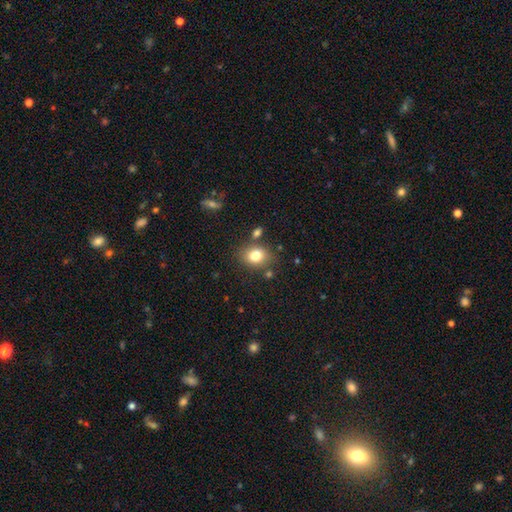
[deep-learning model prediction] This is clearly a smooth galaxy (80%). How rounded: possibly in between (52%). Merging: likely none (75%).